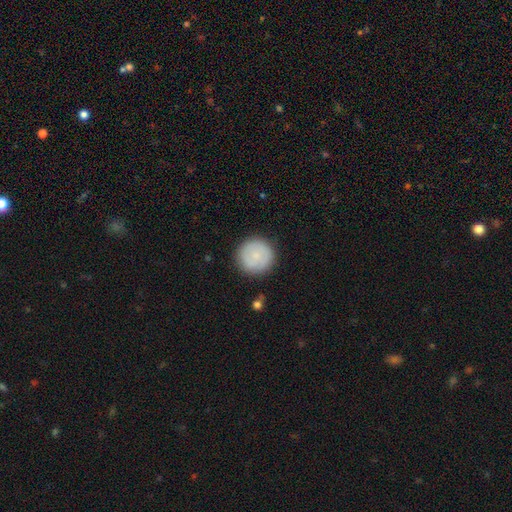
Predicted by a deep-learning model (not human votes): Overall: smooth (75%). How rounded: round (96%). Merging: none (89%).